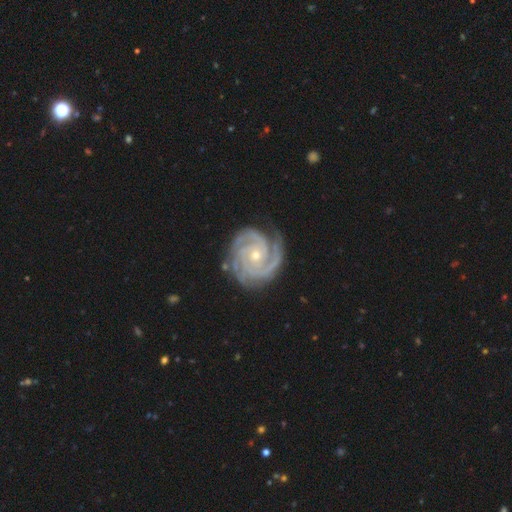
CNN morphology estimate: featured or disk 93%, star or artifact 4%, smooth 2%. Down the decision tree: edge-on disk — no (98%); bar — no (74%); spiral arms — yes (99%); spiral arm count — 3 (44%); spiral winding — tight (80%); bulge size — small (67%); merging — none (79%).